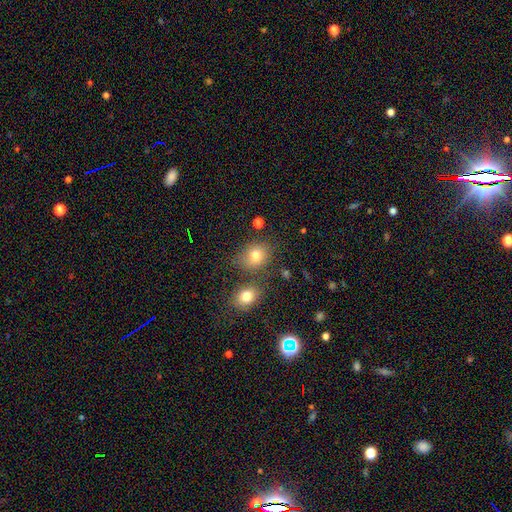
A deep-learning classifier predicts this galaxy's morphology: A smooth galaxy with no disk features (78%) that is round (52%).

Vote fractions:
- Smooth or featured? smooth: 78% / star or artifact: 13% / featured or disk: 9%
- How rounded? round: 52% / in between: 47% / cigar-shaped: 1%
- Merging? none: 69% / minor disturbance: 14% / merger: 13% / major disturbance: 5%